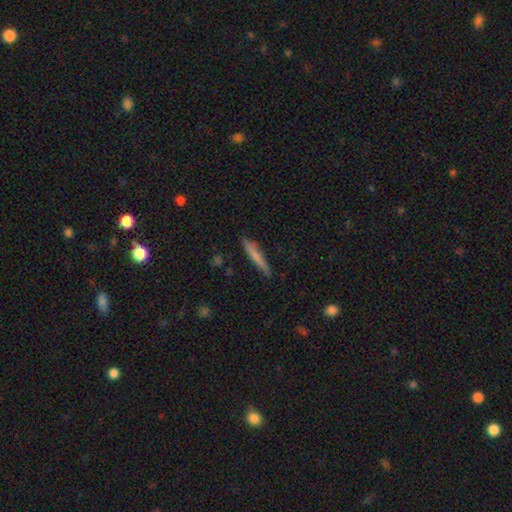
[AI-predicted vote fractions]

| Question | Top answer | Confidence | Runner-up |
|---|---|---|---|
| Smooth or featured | smooth | 72% | featured or disk (22%) |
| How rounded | cigar-shaped | 94% | in between (5%) |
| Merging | none | 83% | minor disturbance (13%) |